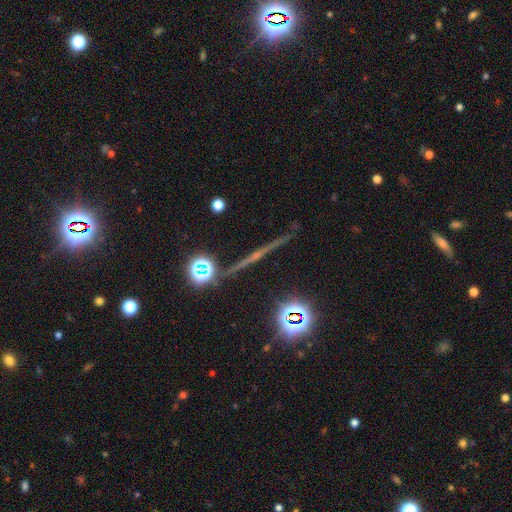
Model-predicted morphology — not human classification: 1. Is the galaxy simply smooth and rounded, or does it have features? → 47% featured or disk, 38% star or artifact, 15% smooth.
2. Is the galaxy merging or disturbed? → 88% none, 6% minor disturbance, 3% merger, 3% major disturbance.